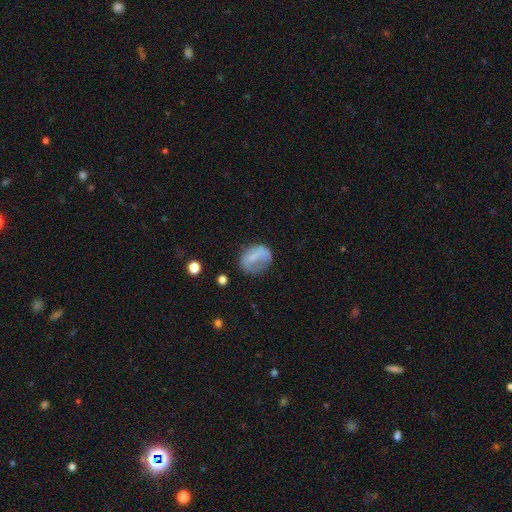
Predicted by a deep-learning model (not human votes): A smooth galaxy with no disk features (61%) that is round (51%).

Vote fractions:
- Smooth or featured? smooth: 61% / featured or disk: 29% / star or artifact: 10%
- How rounded? round: 51% / in between: 47% / cigar-shaped: 2%
- Merging? none: 52% / minor disturbance: 26% / major disturbance: 20% / merger: 3%